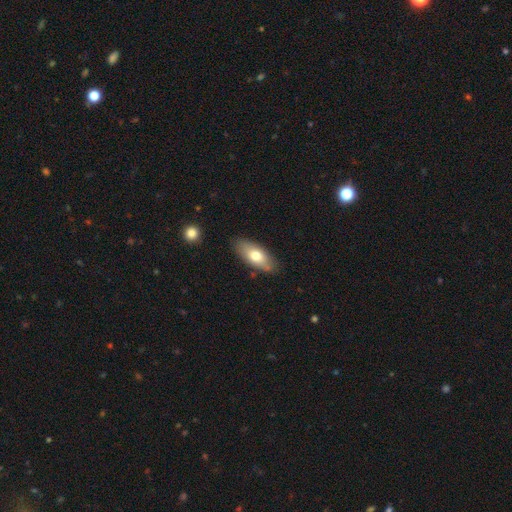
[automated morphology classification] smooth-or-featured: smooth: 69% | featured or disk: 25% | star or artifact: 6%
  how-rounded: in between: 83% | cigar-shaped: 14% | round: 3%
  merging: none: 84% | minor disturbance: 12% | major disturbance: 2% | merger: 2%